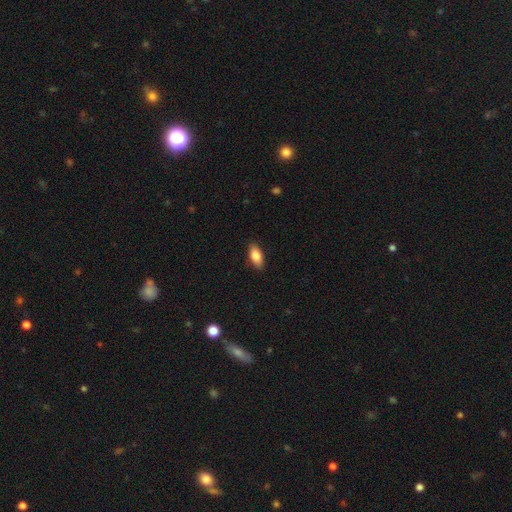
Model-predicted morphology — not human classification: Overall: smooth (85%). How rounded: in between (88%). Merging: none (88%).